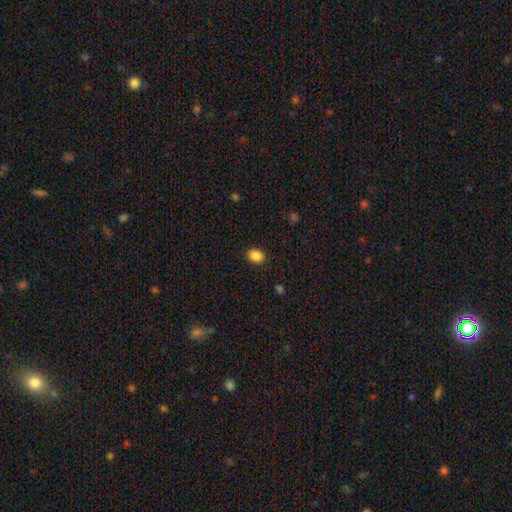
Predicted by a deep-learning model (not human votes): Smooth or featured? Predicted: smooth (p=0.88). How rounded? Predicted: in between (p=0.71). Merging? Predicted: none (p=0.89).